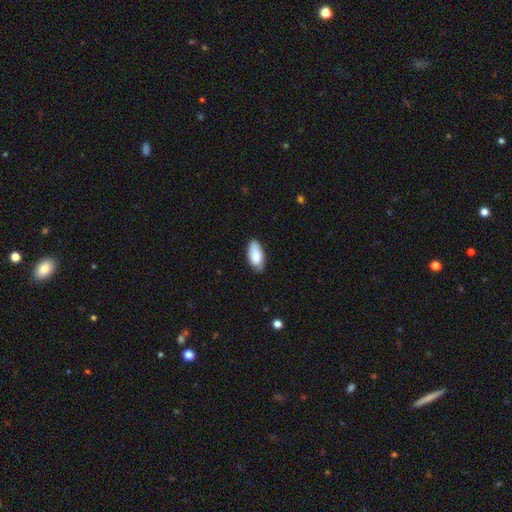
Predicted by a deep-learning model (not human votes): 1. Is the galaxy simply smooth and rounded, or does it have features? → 84% smooth, 10% featured or disk, 6% star or artifact.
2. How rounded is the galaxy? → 91% in between, 7% cigar-shaped, 2% round.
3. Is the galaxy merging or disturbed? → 71% none, 24% minor disturbance, 3% major disturbance, 1% merger.